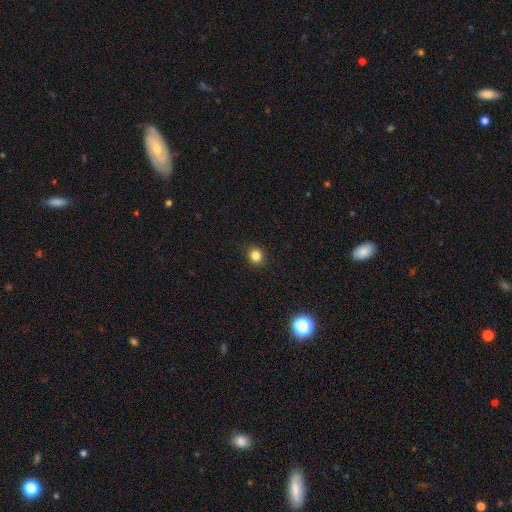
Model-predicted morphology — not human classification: Smooth or featured: smooth — 83% (star or artifact — 12%)
How rounded: round — 83% (in between — 16%)
Merging: none — 90% (minor disturbance — 7%)